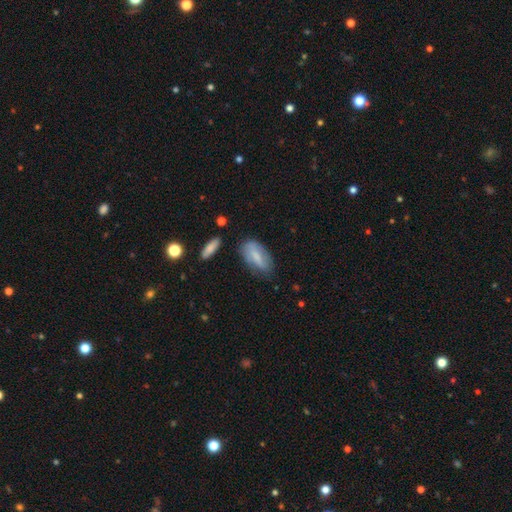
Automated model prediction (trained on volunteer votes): Morphology: type=smooth (69%); roundness=in between (87%); merging=none (63%).